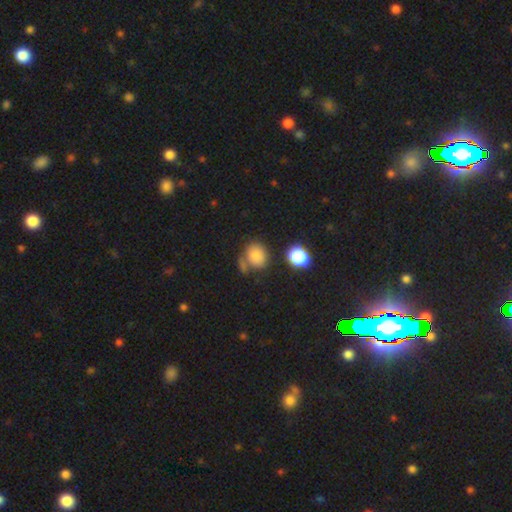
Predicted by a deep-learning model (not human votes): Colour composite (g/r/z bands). It shows a smooth galaxy with no disk features (79%) that is round (75%). Merging: none (57%).